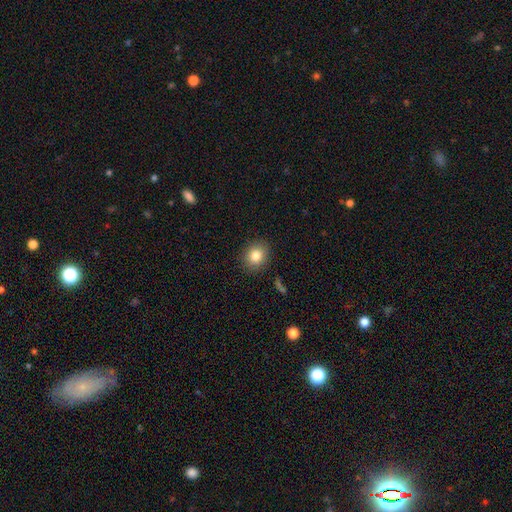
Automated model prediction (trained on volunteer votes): Smooth or featured? smooth (83%)
How rounded? round (70%)
Merging? none (88%)